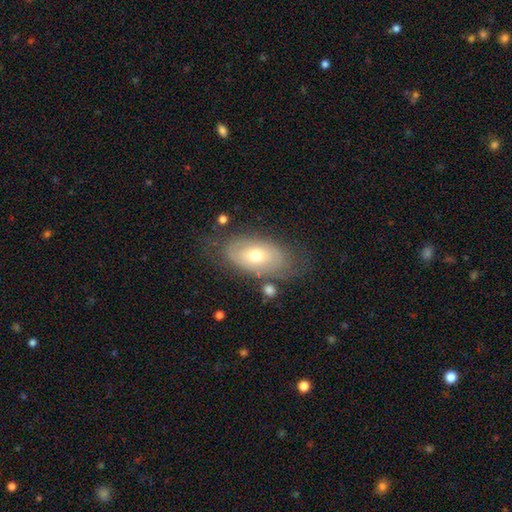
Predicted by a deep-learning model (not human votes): The model was most divided on "smooth or featured": smooth: 47%, featured or disk: 45%, star or artifact: 8%. More confident: merging — none (67%).